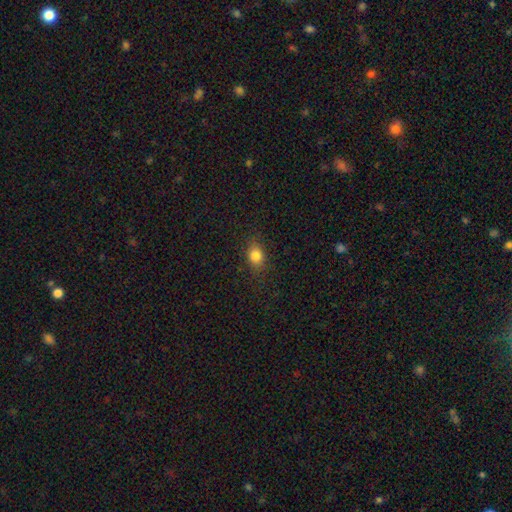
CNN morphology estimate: type=smooth (82%); roundness=in between (54%); merging=none (82%).